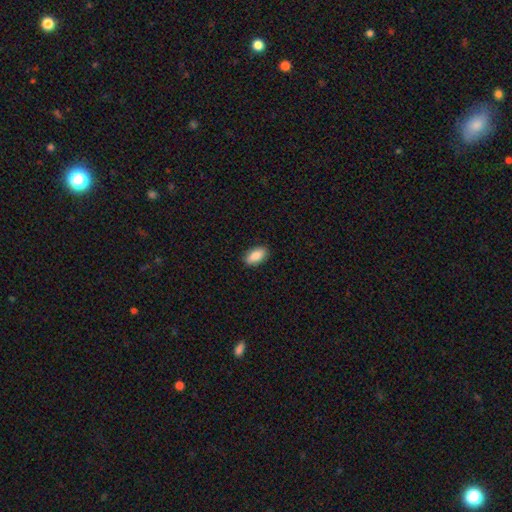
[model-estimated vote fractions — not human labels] Smooth or featured? Predicted: smooth (p=0.86). How rounded? Predicted: in between (p=0.90). Merging? Predicted: none (p=0.89).